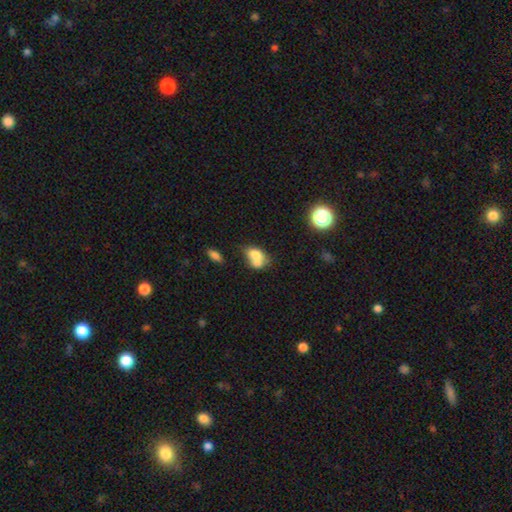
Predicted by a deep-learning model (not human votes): Morphology: type=smooth (70%); roundness=in between (70%); merging=merger (57%).